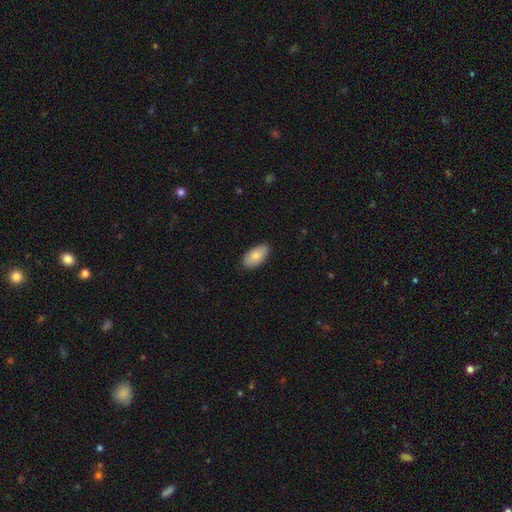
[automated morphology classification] Overall: smooth (83%). How rounded: in between (94%). Merging: none (86%).